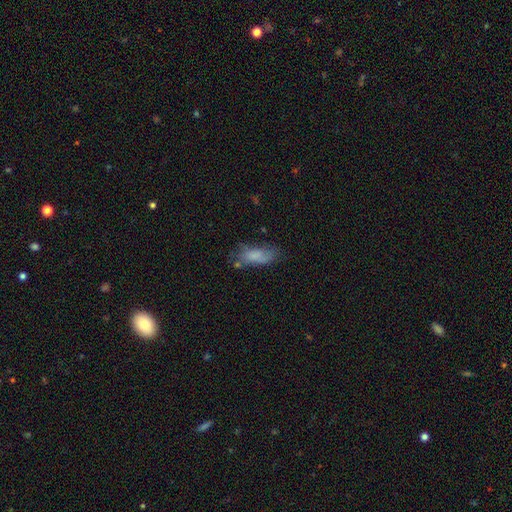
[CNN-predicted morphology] Smooth or featured: smooth — 72% (featured or disk — 19%)
How rounded: in between — 74% (cigar-shaped — 23%)
Merging: none — 46% (minor disturbance — 30%)